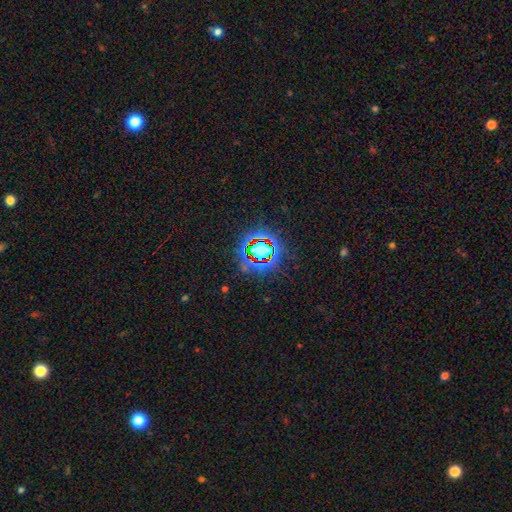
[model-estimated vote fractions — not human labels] Overall: star or artifact (79%).